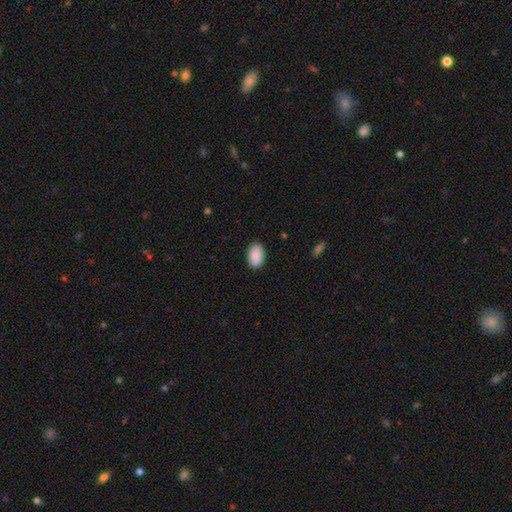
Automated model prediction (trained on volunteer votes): Smooth or featured: smooth — 91% (star or artifact — 6%)
How rounded: in between — 92% (round — 7%)
Merging: none — 88% (minor disturbance — 9%)